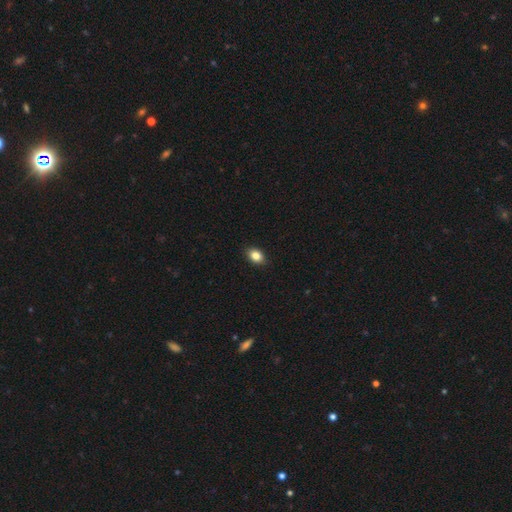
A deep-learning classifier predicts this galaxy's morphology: This appears to be a smooth galaxy with no disk features (85%) that is in between round and cigar-shaped (79%). Merging: none (90%).